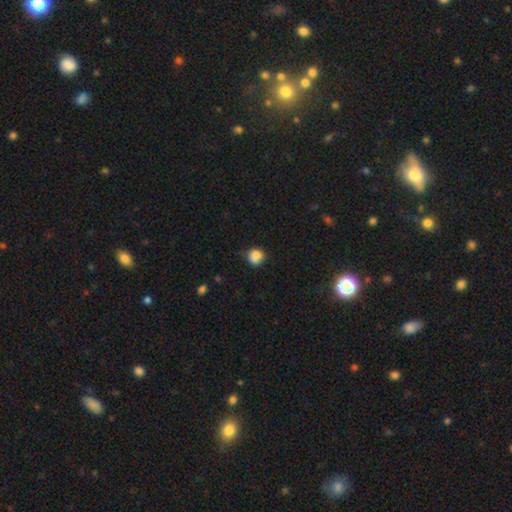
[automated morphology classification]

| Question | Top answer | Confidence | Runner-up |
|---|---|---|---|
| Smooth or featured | smooth | 84% | star or artifact (10%) |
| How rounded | round | 83% | in between (16%) |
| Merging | none | 58% | minor disturbance (30%) |